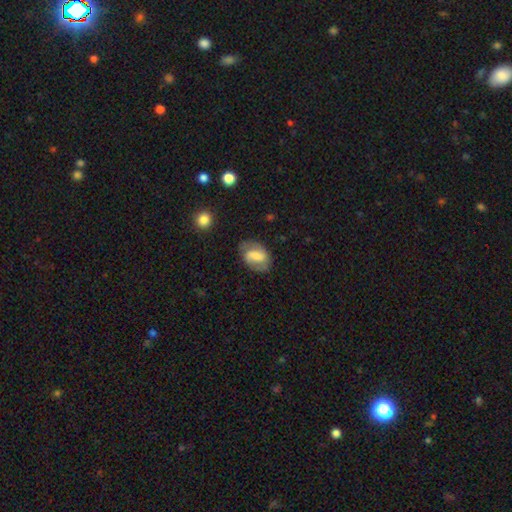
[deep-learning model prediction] Smooth or featured? featured or disk (51%)
Edge-on disk? no (95%)
Merging? none (68%)